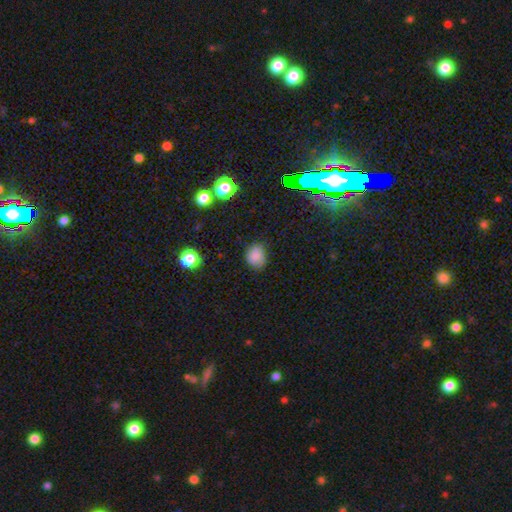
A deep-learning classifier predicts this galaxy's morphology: A smooth galaxy with no disk features (81%) that is round (57%). Merging: none (71%).